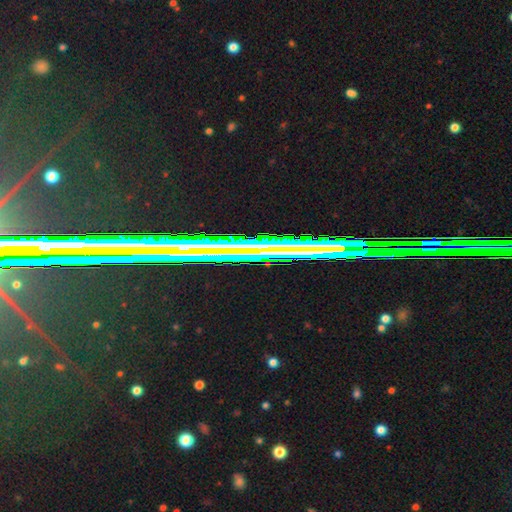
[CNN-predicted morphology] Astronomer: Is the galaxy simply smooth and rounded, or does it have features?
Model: star or artifact — 62%.